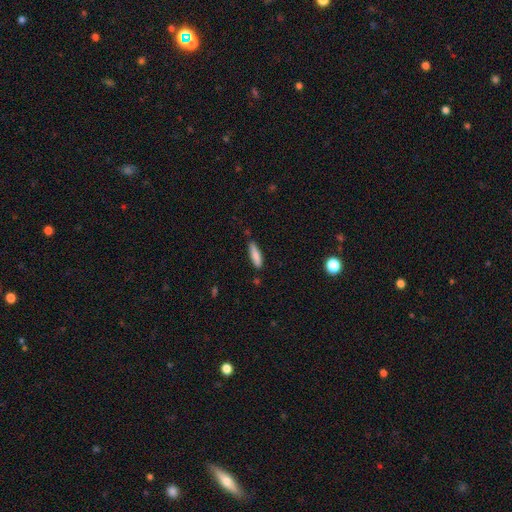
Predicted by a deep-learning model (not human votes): A smooth galaxy with no disk features (82%) that is cigar-shaped (71%). Merging: none (81%).